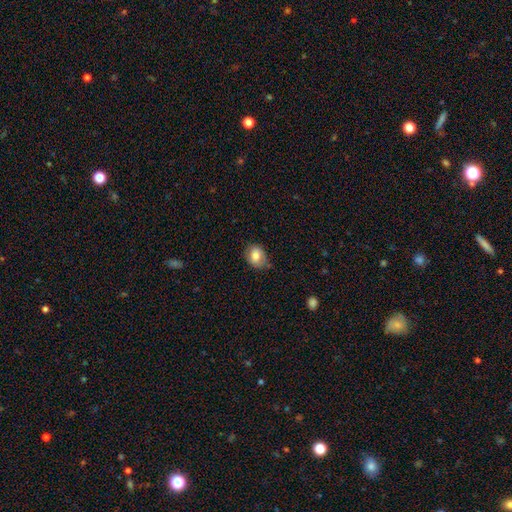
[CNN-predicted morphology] Smooth or featured? Predicted: smooth (p=0.77). How rounded? Predicted: round (p=0.50). Merging? Predicted: none (p=0.61).